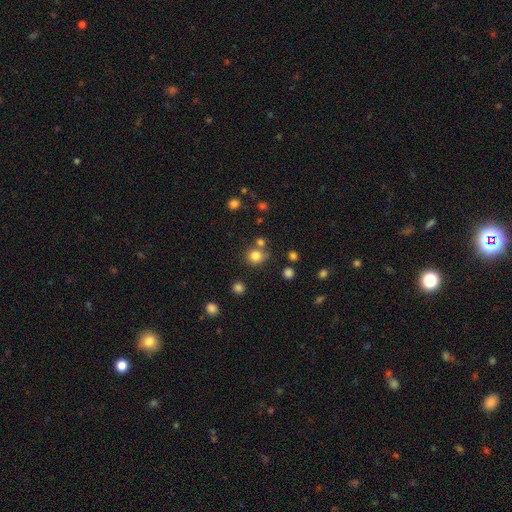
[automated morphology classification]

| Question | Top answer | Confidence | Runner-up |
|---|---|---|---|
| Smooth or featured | smooth | 80% | star or artifact (13%) |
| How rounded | round | 85% | in between (14%) |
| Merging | none | 67% | merger (17%) |